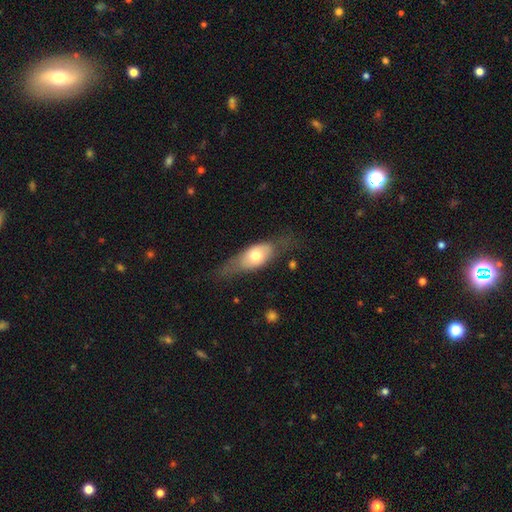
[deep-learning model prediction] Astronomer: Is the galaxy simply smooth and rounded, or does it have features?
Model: smooth — 56% (runner-up: featured or disk, 38%).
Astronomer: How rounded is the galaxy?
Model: in between — 77%.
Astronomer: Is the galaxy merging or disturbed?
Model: none — 59%.